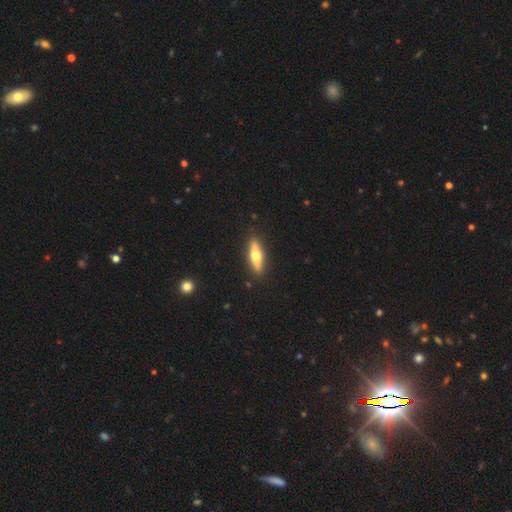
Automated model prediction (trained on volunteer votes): Smooth or featured? Predicted: smooth (p=0.48). Merging? Predicted: none (p=0.89).